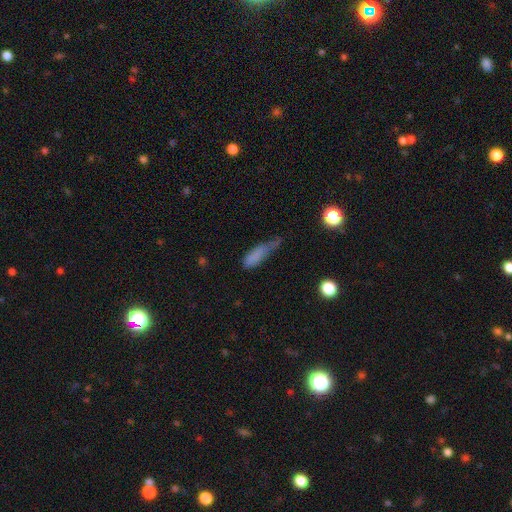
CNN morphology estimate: Smooth or featured: smooth — 74% (featured or disk — 15%)
How rounded: cigar-shaped — 51% (in between — 46%)
Merging: minor disturbance — 36% (major disturbance — 31%)